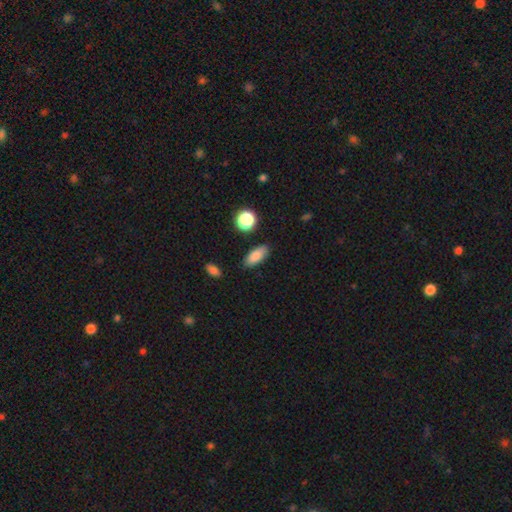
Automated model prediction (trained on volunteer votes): This appears to be a smooth galaxy with no disk features (84%) that is in between round and cigar-shaped (82%). Merging: none (86%).